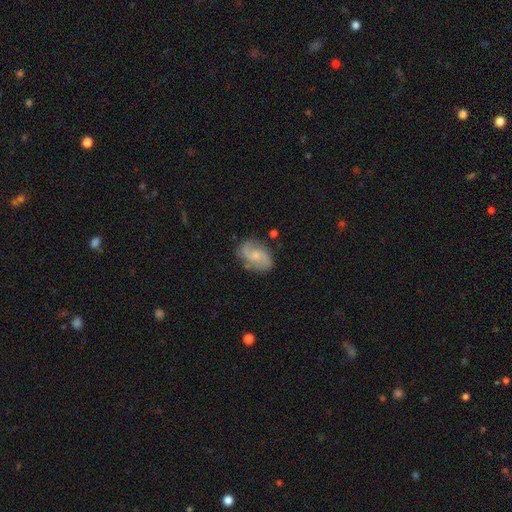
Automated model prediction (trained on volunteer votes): Morphology: type=featured or disk (74%); edge-on=no (97%); bar=no (56%); spiral arms=yes (94%); winding=medium (45%); arm count=2 (89%); bulge=small (54%); merging=none (75%).